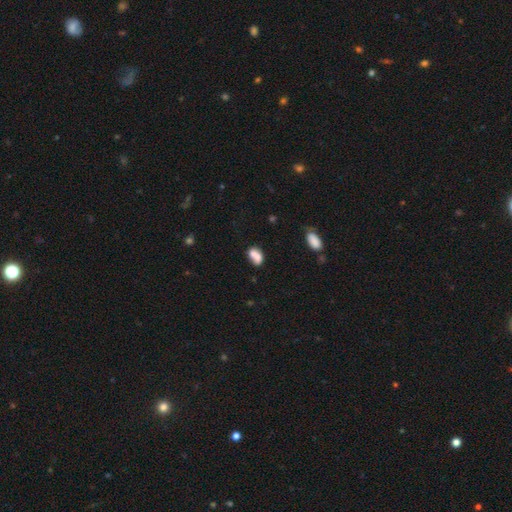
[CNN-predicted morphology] Smooth or featured? smooth (73%)
How rounded? in between (77%)
Merging? merger (52%)